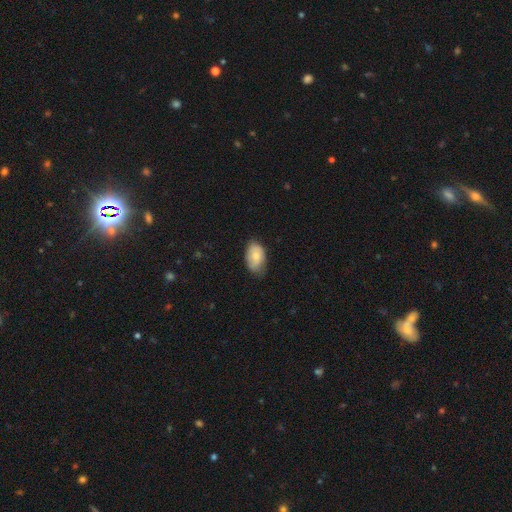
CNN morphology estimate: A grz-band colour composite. It shows a smooth galaxy with no disk features (80%) that is in between round and cigar-shaped (92%). Merging: none (67%).